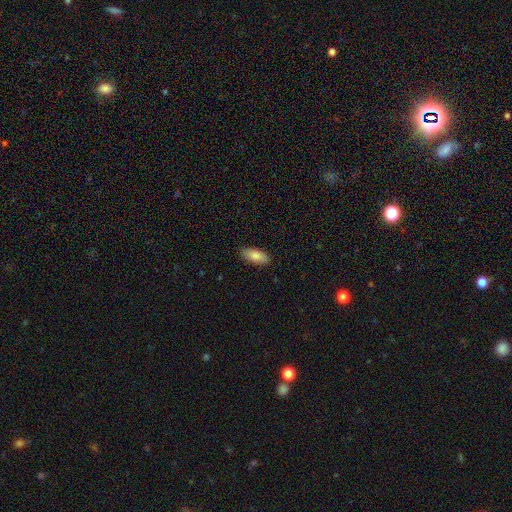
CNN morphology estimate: smooth 84%, featured or disk 10%, star or artifact 6%. Down the decision tree: how rounded — in between (87%); merging — none (87%).